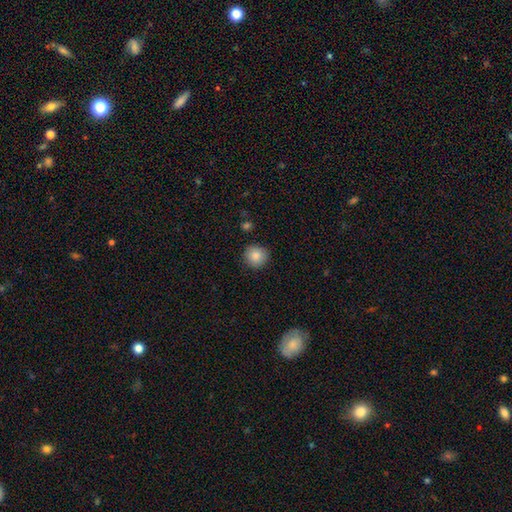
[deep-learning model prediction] smooth_or_featured: smooth (p=0.86) [alt: star or artifact p=0.09]
how_rounded: round (p=0.93) [alt: in between p=0.06]
merging: none (p=0.90) [alt: minor disturbance p=0.07]